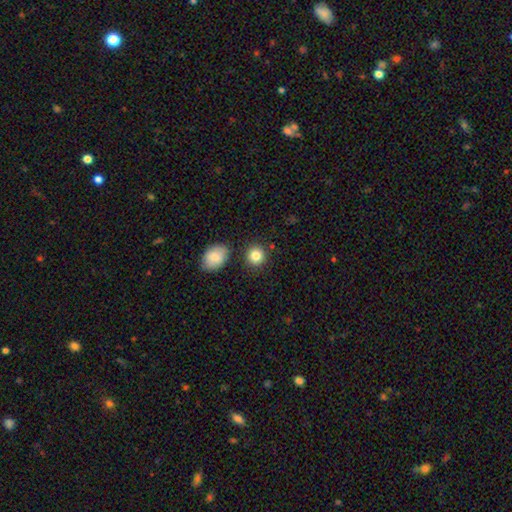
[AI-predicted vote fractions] A smooth galaxy with no disk features (85%) that is round (86%).

Vote fractions:
- Smooth or featured? smooth: 85% / star or artifact: 9% / featured or disk: 6%
- How rounded? round: 86% / in between: 13% / cigar-shaped: 1%
- Merging? none: 84% / minor disturbance: 8% / merger: 6% / major disturbance: 2%